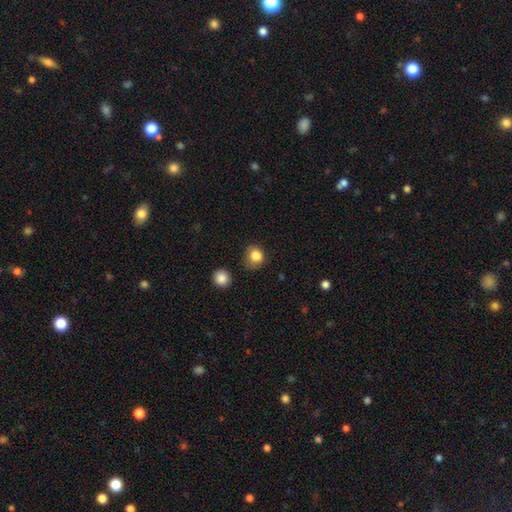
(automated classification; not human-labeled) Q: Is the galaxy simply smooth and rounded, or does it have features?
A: smooth — 83%.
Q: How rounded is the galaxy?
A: round — 68%.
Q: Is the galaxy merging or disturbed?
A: none — 55%.